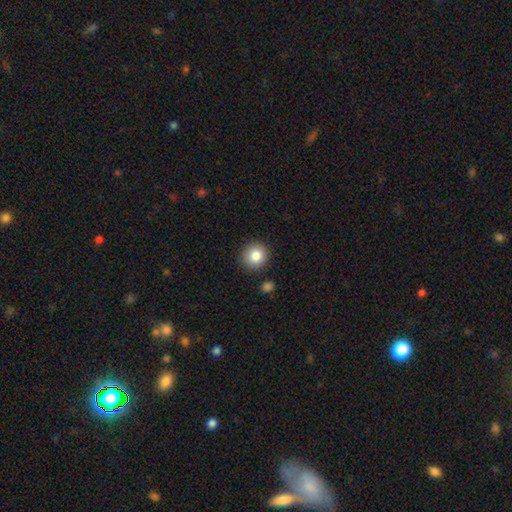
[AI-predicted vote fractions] Smooth or featured: smooth — 84% (star or artifact — 9%)
How rounded: round — 91% (in between — 8%)
Merging: none — 89% (minor disturbance — 7%)